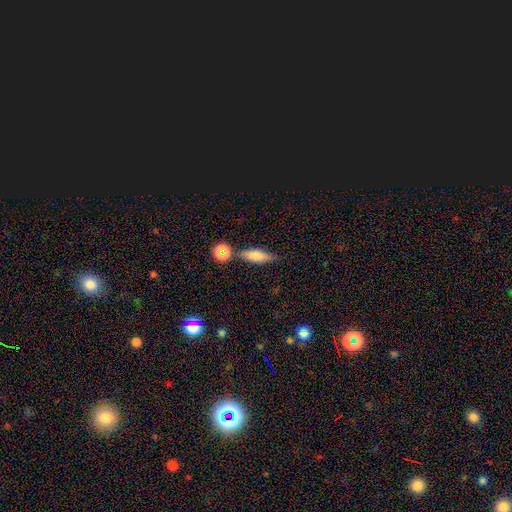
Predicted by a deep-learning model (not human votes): Smooth or featured?
  - smooth: 66% *
  - featured or disk: 24%
  - star or artifact: 10%
How rounded?
  - in between: 48% *
  - cigar-shaped: 47%
  - round: 4%
Merging?
  - none: 70% *
  - minor disturbance: 15%
  - merger: 10%
  - major disturbance: 4%